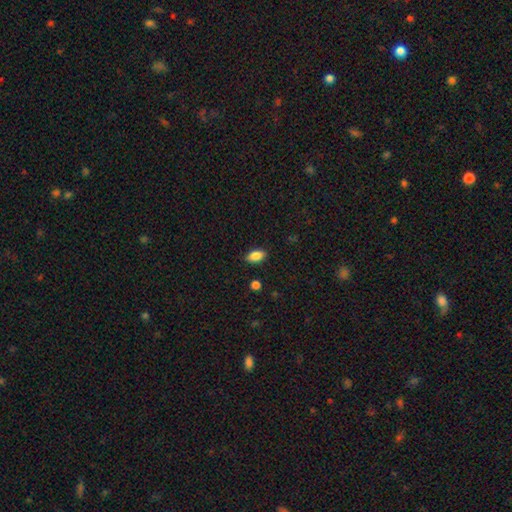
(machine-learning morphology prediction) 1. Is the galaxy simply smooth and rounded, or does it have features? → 87% smooth, 8% star or artifact, 5% featured or disk.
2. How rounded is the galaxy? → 91% in between, 4% cigar-shaped, 4% round.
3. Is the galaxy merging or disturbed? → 88% none, 9% minor disturbance, 2% major disturbance, 1% merger.